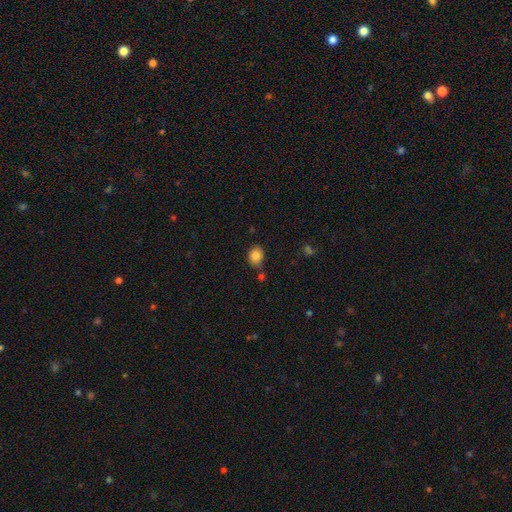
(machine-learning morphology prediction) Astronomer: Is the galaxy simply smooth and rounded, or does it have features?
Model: smooth — 84%.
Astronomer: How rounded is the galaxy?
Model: round — 54% (runner-up: in between, 45%).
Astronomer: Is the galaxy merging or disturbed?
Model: none — 74%.